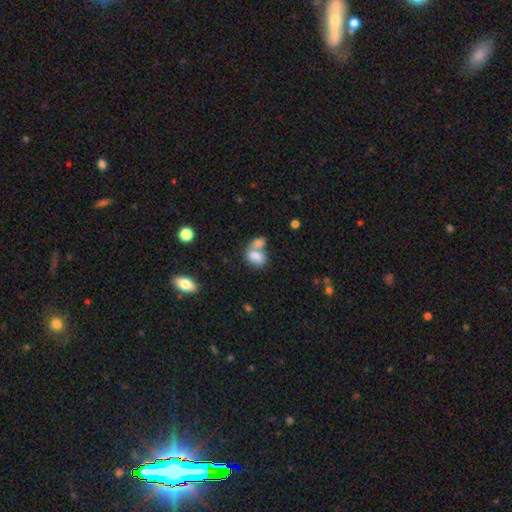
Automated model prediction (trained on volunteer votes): This is likely a smooth galaxy (79%). How rounded: clearly in between (81%). Merging: likely merger (64%).